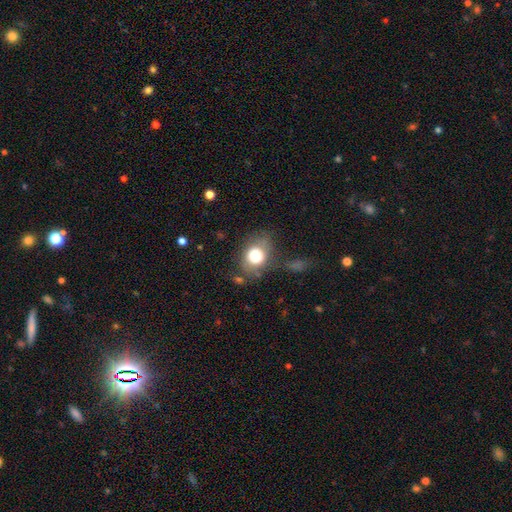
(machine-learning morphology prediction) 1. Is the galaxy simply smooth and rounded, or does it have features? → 74% smooth, 17% featured or disk, 9% star or artifact.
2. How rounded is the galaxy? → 50% round, 49% in between, 1% cigar-shaped.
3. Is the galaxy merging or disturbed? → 60% none, 22% minor disturbance, 12% major disturbance, 6% merger.